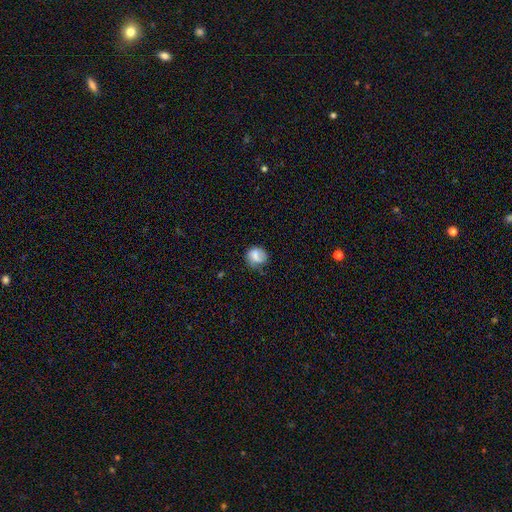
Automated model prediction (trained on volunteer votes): Smooth or featured?
  - smooth: 67% *
  - featured or disk: 24%
  - star or artifact: 9%
How rounded?
  - round: 78% *
  - in between: 21%
  - cigar-shaped: 1%
Merging?
  - none: 59% *
  - minor disturbance: 26%
  - major disturbance: 13%
  - merger: 3%